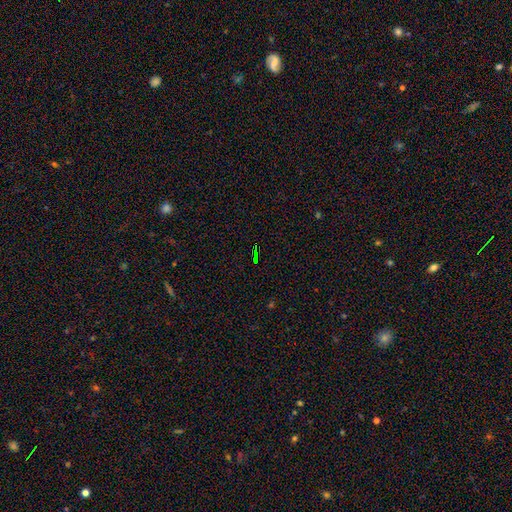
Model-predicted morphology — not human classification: Smooth or featured? Predicted: star or artifact (p=0.74).